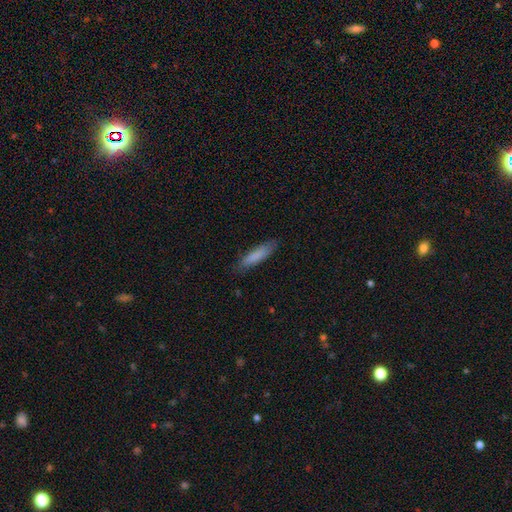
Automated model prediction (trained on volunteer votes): This appears to be a smooth galaxy with no disk features (82%) that is cigar-shaped (79%). Merging: none (83%).